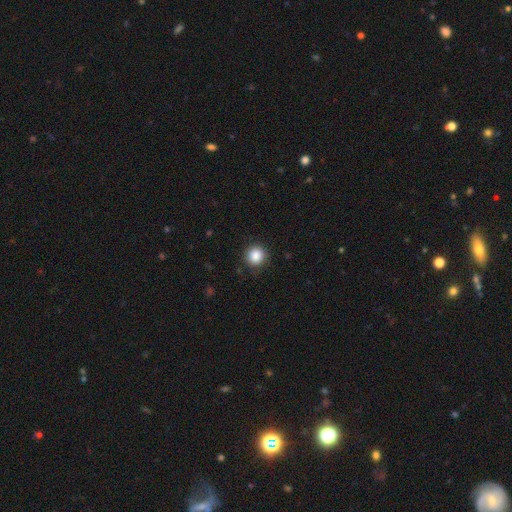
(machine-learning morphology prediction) smooth 87%, star or artifact 10%, featured or disk 3%. Down the decision tree: how rounded — round (94%); merging — none (89%).